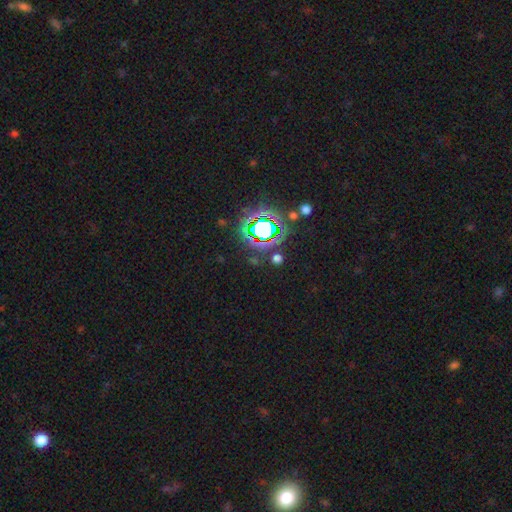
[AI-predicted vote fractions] This is likely a star or artifact rather than a galaxy (77%).